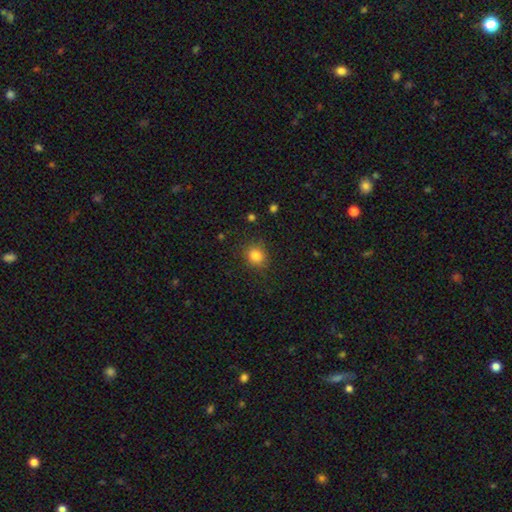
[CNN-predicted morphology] Smooth or featured: smooth — 83% (star or artifact — 12%)
How rounded: round — 82% (in between — 17%)
Merging: none — 85% (minor disturbance — 10%)